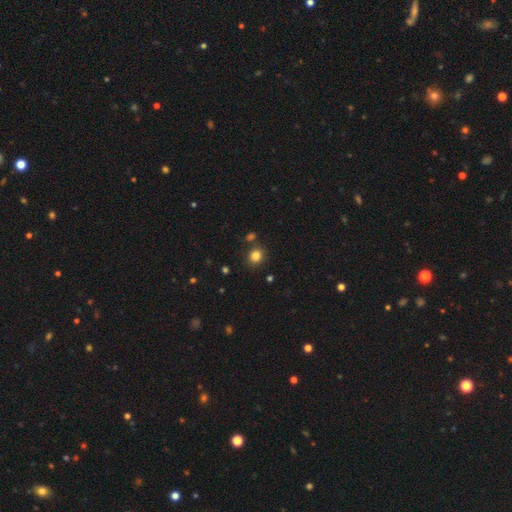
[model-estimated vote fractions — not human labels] A smooth galaxy with no disk features (82%) that is round (81%).

Vote fractions:
- Smooth or featured? smooth: 82% / star or artifact: 13% / featured or disk: 5%
- How rounded? round: 81% / in between: 18% / cigar-shaped: 1%
- Merging? none: 82% / minor disturbance: 9% / merger: 6% / major disturbance: 3%